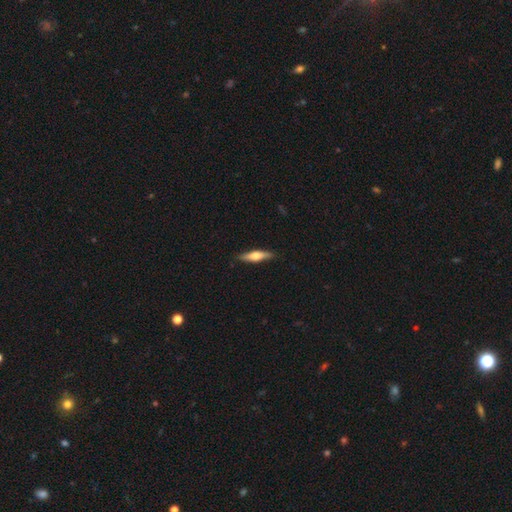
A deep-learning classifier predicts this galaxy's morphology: This is possibly a featured or disk galaxy (47%, tied with smooth). Merging: clearly none (89%).